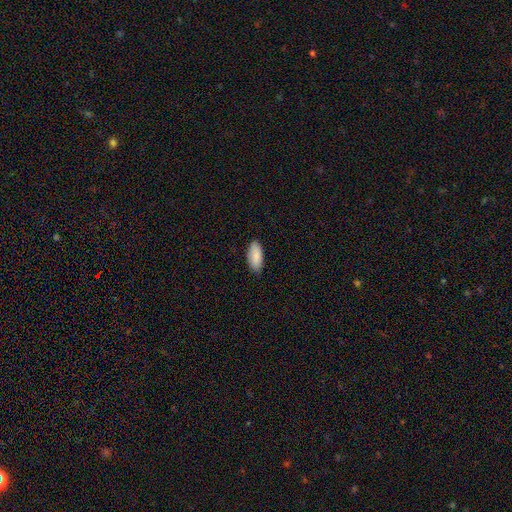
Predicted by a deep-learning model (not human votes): This is clearly a smooth galaxy (89%). How rounded: clearly in between (88%). Merging: clearly none (85%).